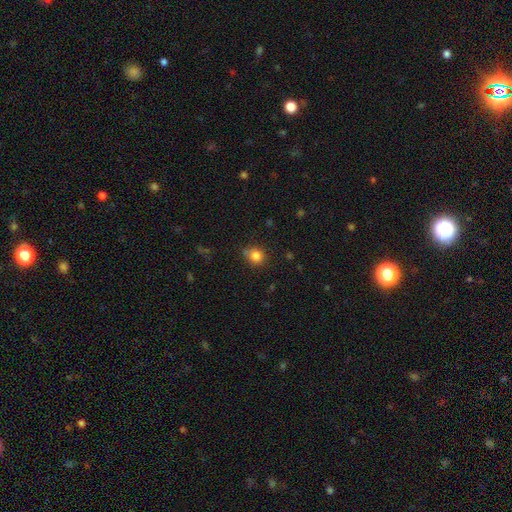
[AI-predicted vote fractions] Q: Smooth or featured?
A: smooth (82%); runner-up: star or artifact (11%)
Q: How rounded?
A: round (78%); runner-up: in between (21%)
Q: Merging?
A: none (70%); runner-up: minor disturbance (20%)